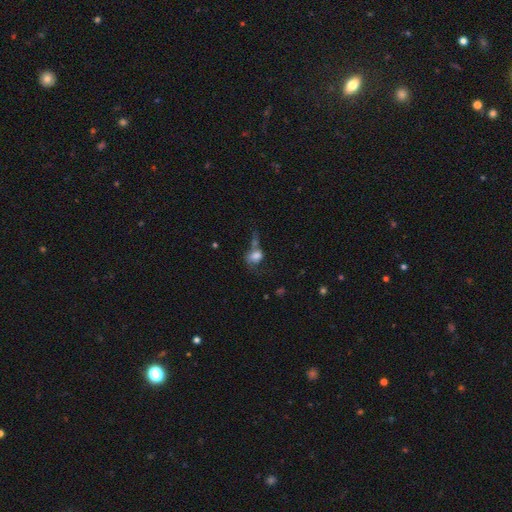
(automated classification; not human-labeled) Smooth or featured? smooth (63%)
How rounded? in between (62%)
Merging? merger (36%)